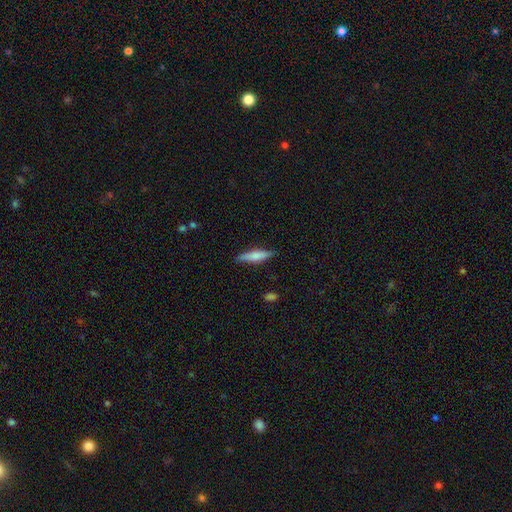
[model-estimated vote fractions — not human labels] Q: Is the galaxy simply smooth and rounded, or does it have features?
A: smooth — 66%.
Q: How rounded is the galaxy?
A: cigar-shaped — 79%.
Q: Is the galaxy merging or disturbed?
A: none — 87%.